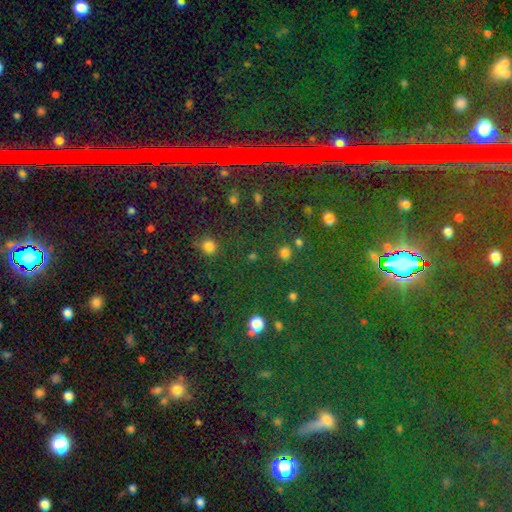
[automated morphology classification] smooth_or_featured: star or artifact (p=0.81) [alt: smooth p=0.11]